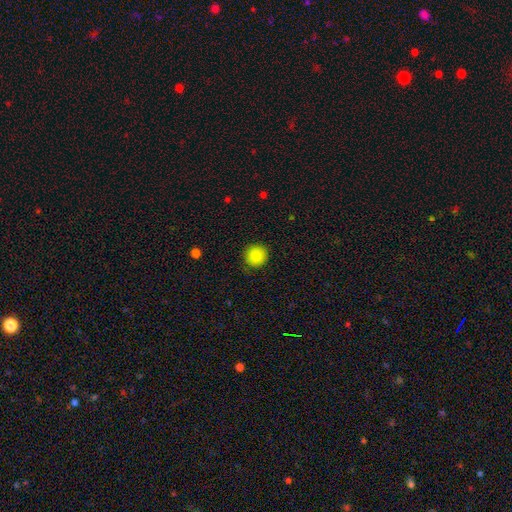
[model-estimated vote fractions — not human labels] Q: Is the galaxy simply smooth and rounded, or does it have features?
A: smooth — 88%.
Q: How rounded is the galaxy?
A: round — 93%.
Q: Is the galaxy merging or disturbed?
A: none — 89%.